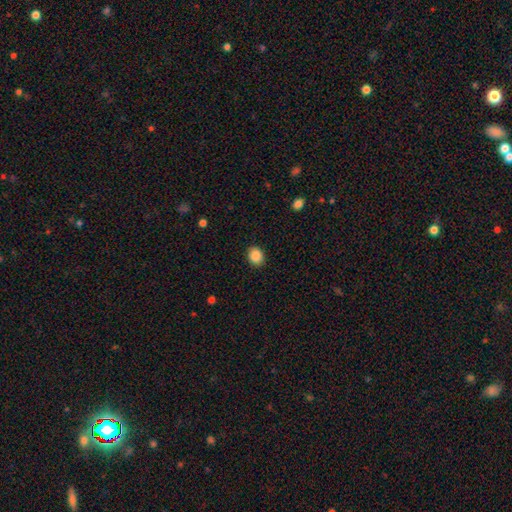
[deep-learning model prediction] Q: Smooth or featured?
A: smooth (88%); runner-up: star or artifact (9%)
Q: How rounded?
A: round (58%); runner-up: in between (41%)
Q: Merging?
A: none (90%); runner-up: minor disturbance (7%)